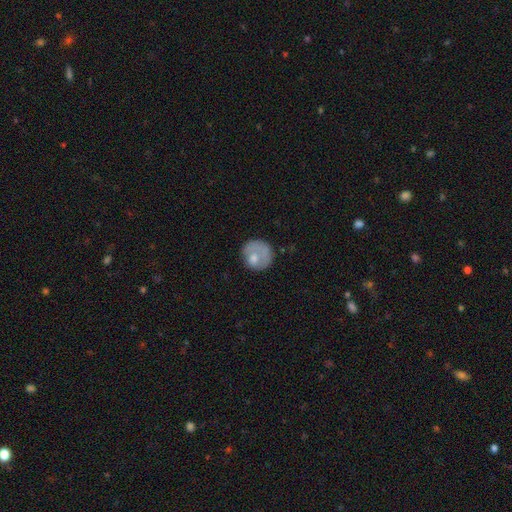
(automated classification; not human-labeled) smooth_or_featured: smooth (p=0.63) [alt: featured or disk p=0.29]
how_rounded: round (p=0.83) [alt: in between p=0.16]
merging: none (p=0.55) [alt: minor disturbance p=0.21]